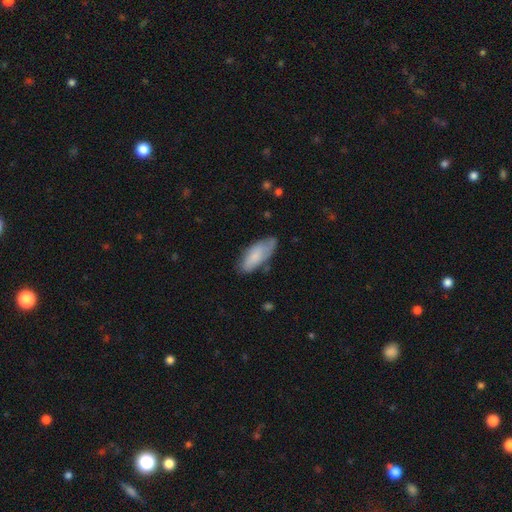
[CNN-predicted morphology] The model was most divided on "merging": none: 64%, minor disturbance: 27%, major disturbance: 6%, merger: 3%. More confident: how rounded — in between (80%); smooth or featured — smooth (76%).